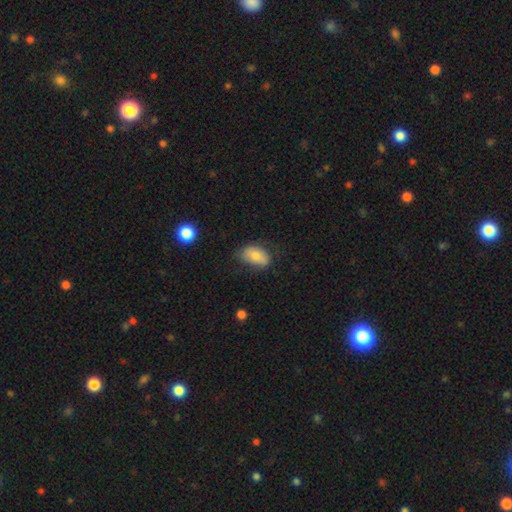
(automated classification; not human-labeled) Smooth or featured?
  - smooth: 76% *
  - featured or disk: 16%
  - star or artifact: 8%
How rounded?
  - in between: 90% *
  - round: 8%
  - cigar-shaped: 2%
Merging?
  - none: 60% *
  - minor disturbance: 29%
  - major disturbance: 9%
  - merger: 2%